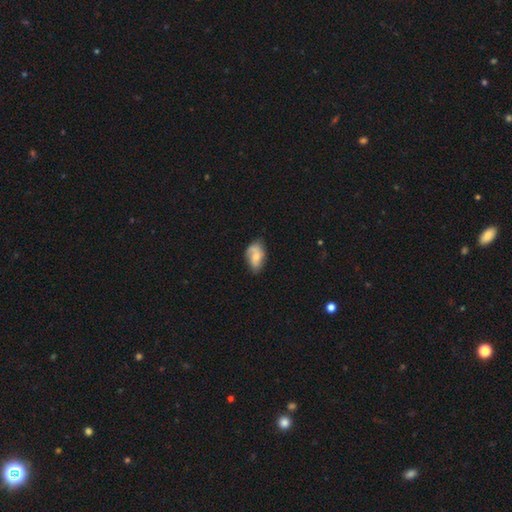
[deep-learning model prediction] This is possibly a smooth galaxy (51%). How rounded: clearly in between (89%). Merging: possibly none (56%).